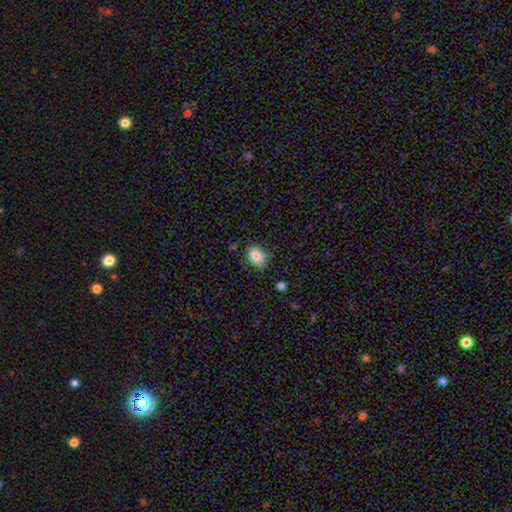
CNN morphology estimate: This is clearly a smooth galaxy (82%). How rounded: likely in between (70%). Merging: likely none (66%).